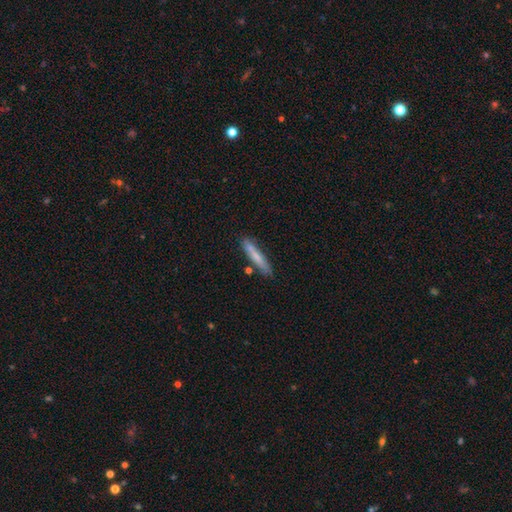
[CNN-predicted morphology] Overall: smooth (70%). How rounded: cigar-shaped (91%). Merging: none (77%).